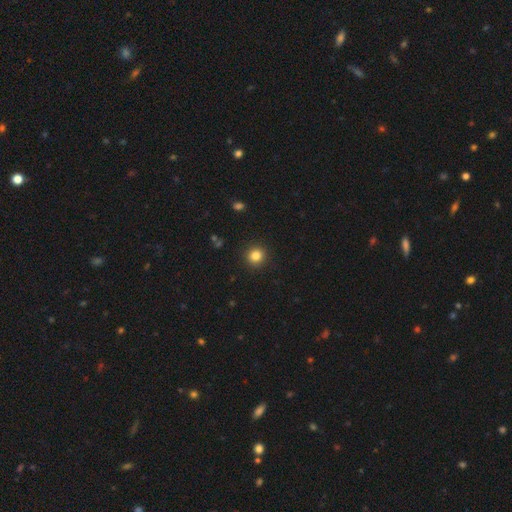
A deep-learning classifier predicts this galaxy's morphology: Smooth or featured? smooth (83%)
How rounded? round (93%)
Merging? none (92%)